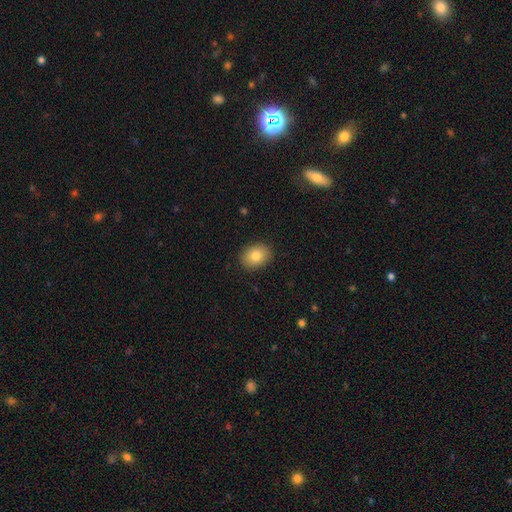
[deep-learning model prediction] Overall: smooth (82%). How rounded: in between (63%; round 36%). Merging: none (89%).